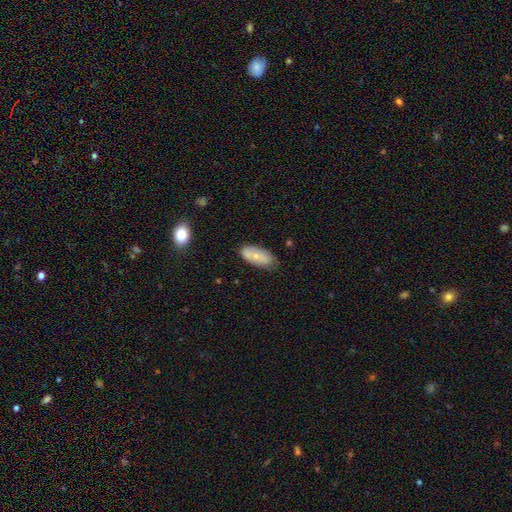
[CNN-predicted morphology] A smooth galaxy with no disk features (68%) that is in between round and cigar-shaped (88%). Merging: none (68%).